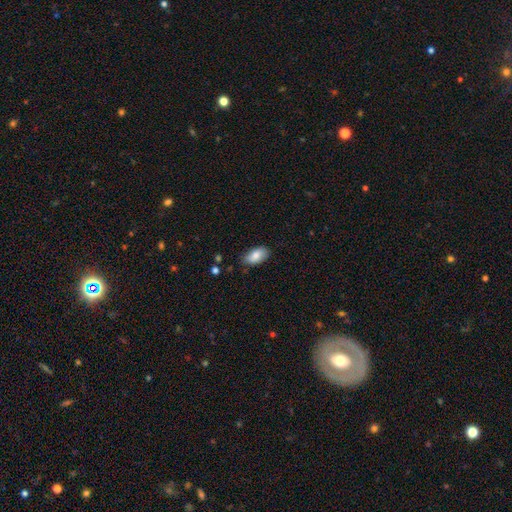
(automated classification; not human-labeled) smooth_or_featured: smooth (p=0.84) [alt: featured or disk p=0.09]
how_rounded: in between (p=0.94) [alt: round p=0.04]
merging: none (p=0.77) [alt: minor disturbance p=0.19]